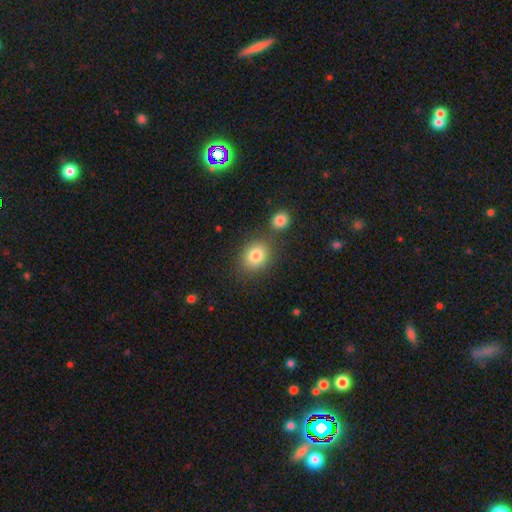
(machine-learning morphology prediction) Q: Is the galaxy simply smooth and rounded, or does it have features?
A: smooth — 82%.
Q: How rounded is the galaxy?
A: round — 60%.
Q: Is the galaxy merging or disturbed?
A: none — 72%.